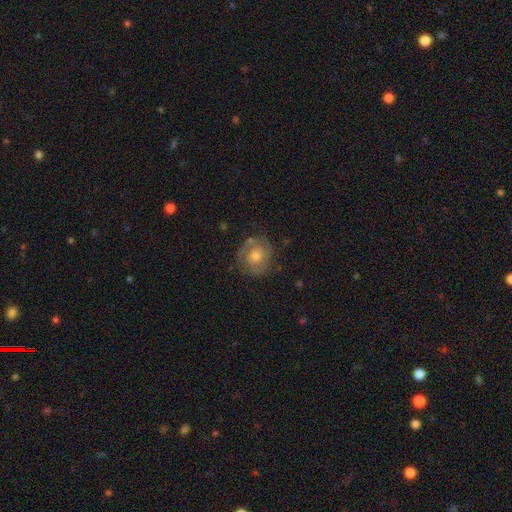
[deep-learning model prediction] This is likely a featured or disk galaxy (67%). It is clearly not viewed edge-on (97%). Bar: likely no (74%). Spiral arm pattern: clearly yes (86%). Spiral arm count: likely 2 (62%). Spiral winding: possibly tight (55%). Central bulge: possibly moderate (57%). Merging: likely none (74%).